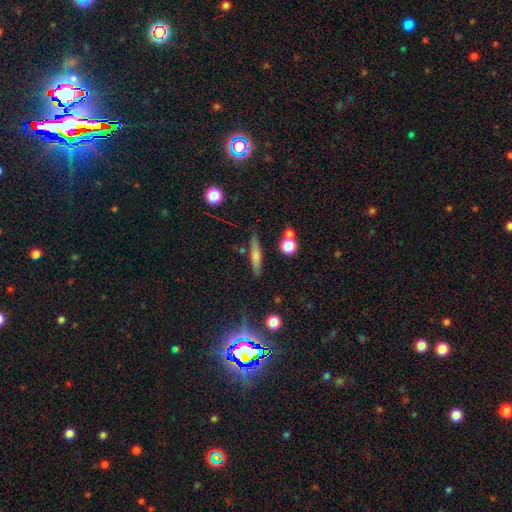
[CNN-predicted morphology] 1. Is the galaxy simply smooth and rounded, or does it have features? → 61% smooth, 31% featured or disk, 9% star or artifact.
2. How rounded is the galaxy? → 84% cigar-shaped, 11% in between, 4% round.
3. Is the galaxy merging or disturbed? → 79% none, 12% minor disturbance, 6% merger, 3% major disturbance.